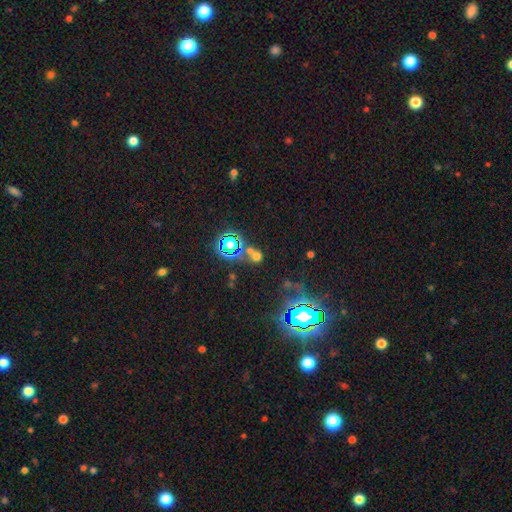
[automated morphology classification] This appears to be a smooth galaxy with no disk features (47%). Merging: none (49%).